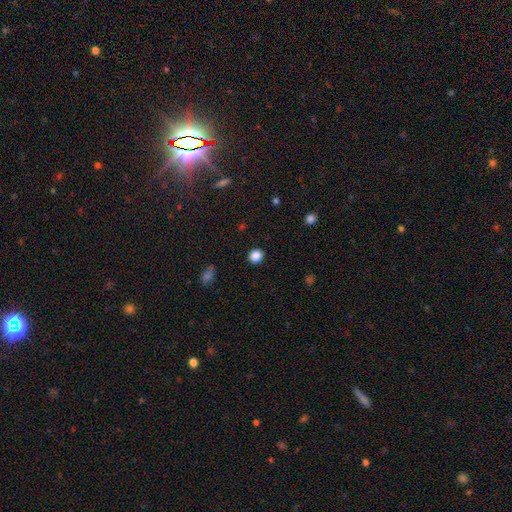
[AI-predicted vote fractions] Smooth or featured?
  - smooth: 87% *
  - star or artifact: 10%
  - featured or disk: 3%
How rounded?
  - round: 85% *
  - in between: 14%
  - cigar-shaped: 1%
Merging?
  - none: 91% *
  - minor disturbance: 6%
  - major disturbance: 2%
  - merger: 1%